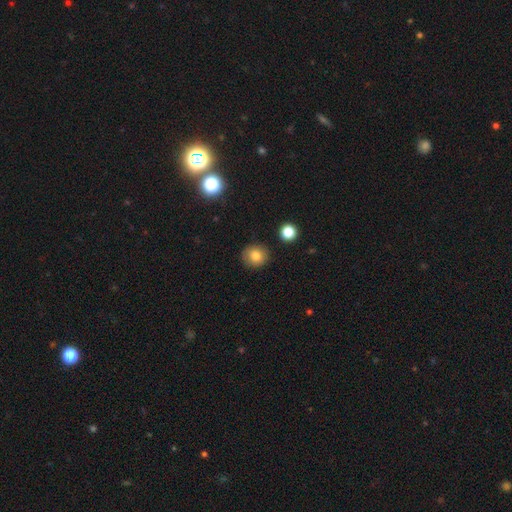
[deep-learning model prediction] The model was most divided on "smooth or featured": smooth: 81%, star or artifact: 11%, featured or disk: 9%. More confident: merging — none (88%); how rounded — round (87%).